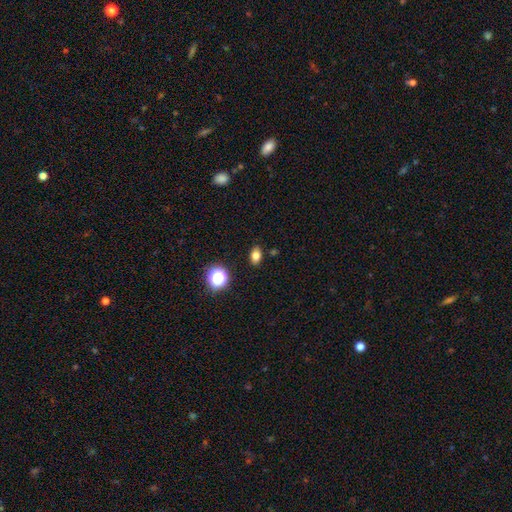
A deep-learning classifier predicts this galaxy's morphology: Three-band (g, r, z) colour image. It shows a smooth galaxy with no disk features (79%) that is in between round and cigar-shaped (78%). Merging: none (87%).